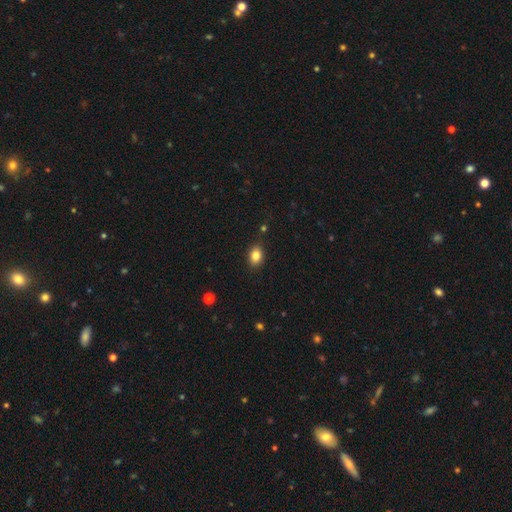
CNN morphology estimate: Smooth or featured? smooth (85%)
How rounded? in between (80%)
Merging? none (87%)